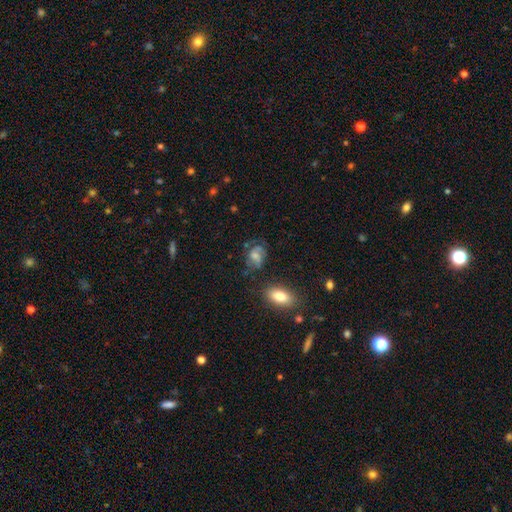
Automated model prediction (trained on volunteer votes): The model was most divided on "smooth or featured": featured or disk: 45%, smooth: 43%, star or artifact: 12%. More confident: merging — none (56%).